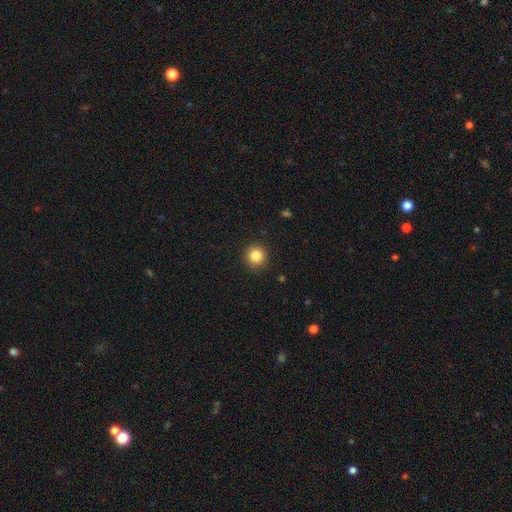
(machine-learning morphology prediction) Overall: smooth (85%). How rounded: round (94%). Merging: none (91%).